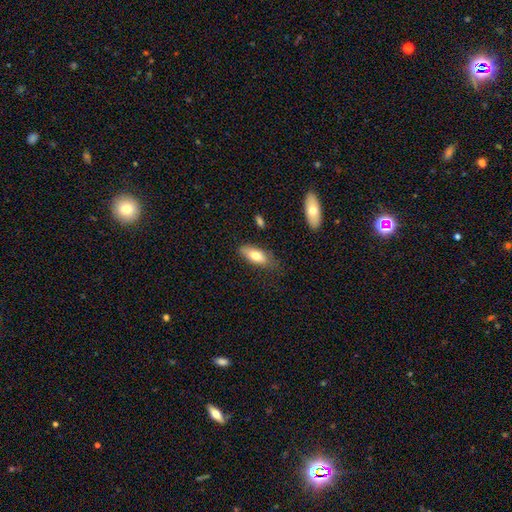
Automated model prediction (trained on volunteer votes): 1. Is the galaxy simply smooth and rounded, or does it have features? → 73% smooth, 20% featured or disk, 7% star or artifact.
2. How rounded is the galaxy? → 78% in between, 19% cigar-shaped, 3% round.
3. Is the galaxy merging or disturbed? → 70% none, 23% minor disturbance, 5% major disturbance, 3% merger.